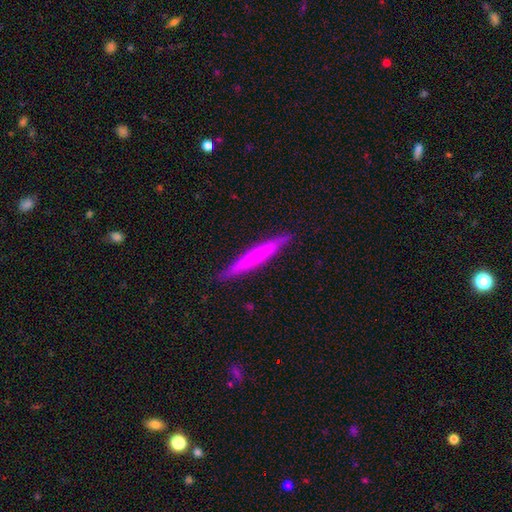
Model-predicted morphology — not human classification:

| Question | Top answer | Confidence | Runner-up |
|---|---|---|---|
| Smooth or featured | smooth | 58% | featured or disk (37%) |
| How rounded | cigar-shaped | 96% | in between (3%) |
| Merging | none | 89% | minor disturbance (8%) |